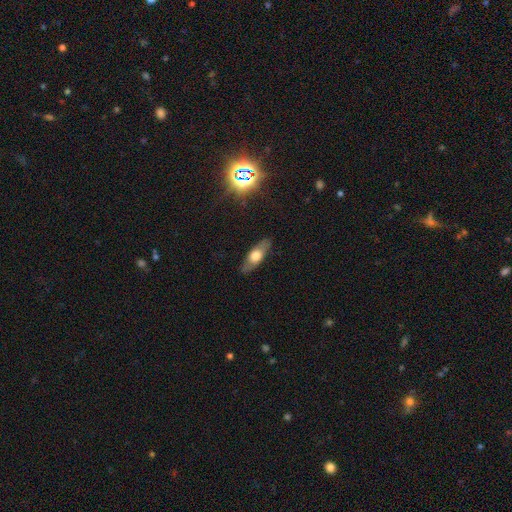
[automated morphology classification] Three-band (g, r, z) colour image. It shows a smooth galaxy with no disk features (51%) that is in between round and cigar-shaped (58%). Merging: none (85%).